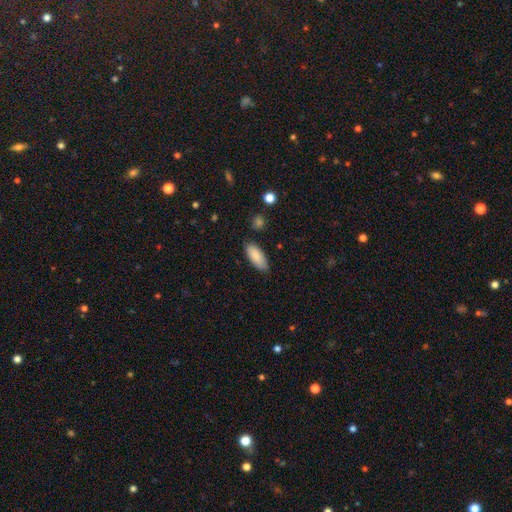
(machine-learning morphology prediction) smooth-or-featured: smooth: 87% | featured or disk: 7% | star or artifact: 6%
  how-rounded: in between: 81% | cigar-shaped: 17% | round: 2%
  merging: none: 83% | minor disturbance: 13% | major disturbance: 2% | merger: 2%